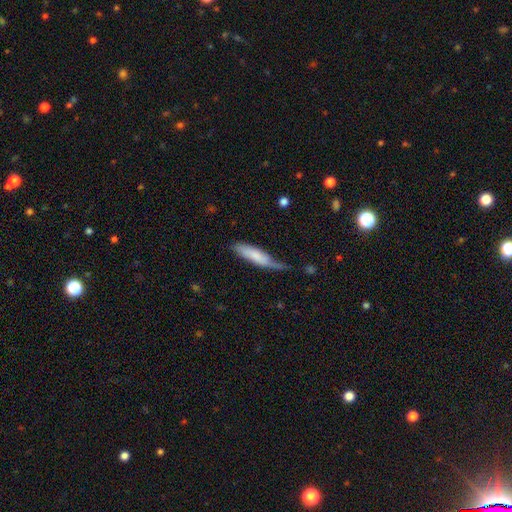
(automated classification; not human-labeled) Q: Smooth or featured?
A: smooth (72%); runner-up: featured or disk (23%)
Q: How rounded?
A: cigar-shaped (67%); runner-up: in between (32%)
Q: Merging?
A: minor disturbance (41%); runner-up: none (34%)